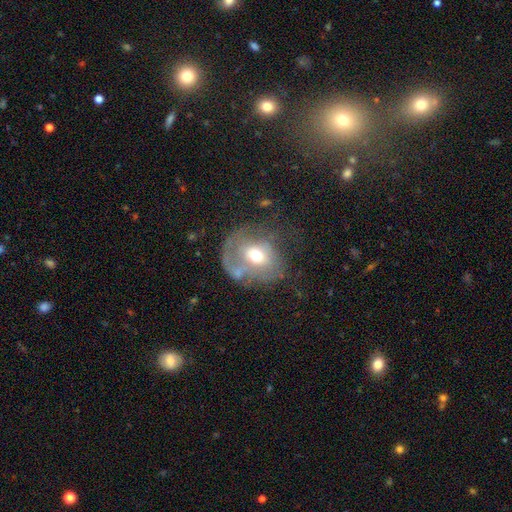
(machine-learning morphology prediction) Q: Smooth or featured?
A: smooth (47%); runner-up: featured or disk (43%)
Q: Merging?
A: major disturbance (36%); runner-up: none (34%)